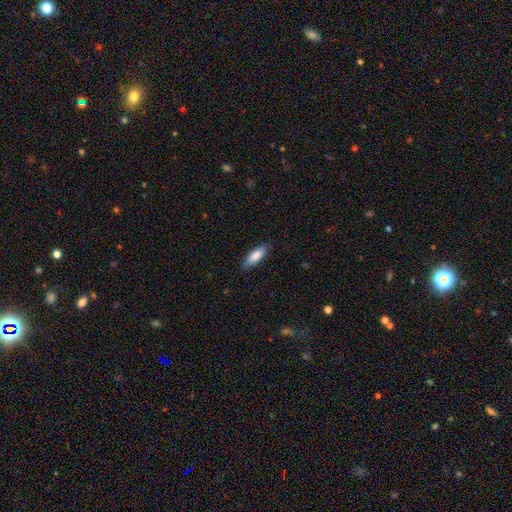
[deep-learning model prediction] This is clearly a smooth galaxy (82%). How rounded: possibly in between (58%). Merging: clearly none (84%).